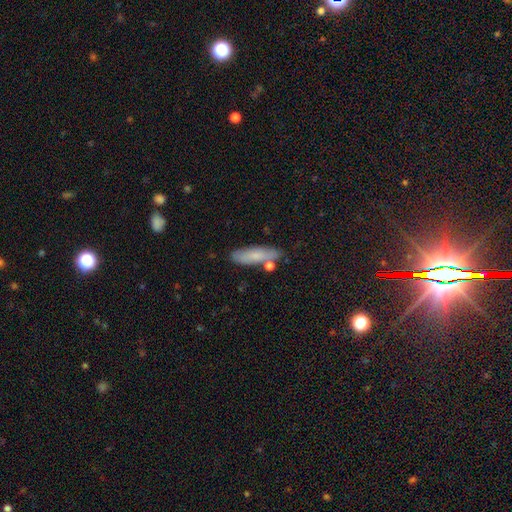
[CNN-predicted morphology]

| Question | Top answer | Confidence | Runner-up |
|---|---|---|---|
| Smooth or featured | smooth | 74% | featured or disk (19%) |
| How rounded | cigar-shaped | 60% | in between (37%) |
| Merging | none | 75% | minor disturbance (15%) |